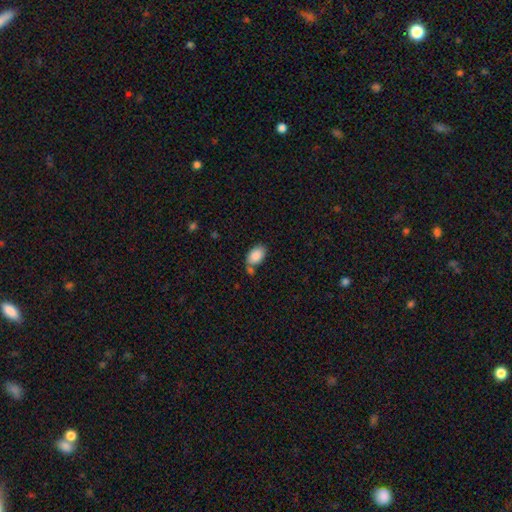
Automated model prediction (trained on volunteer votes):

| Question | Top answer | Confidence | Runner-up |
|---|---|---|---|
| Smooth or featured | smooth | 86% | star or artifact (7%) |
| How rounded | in between | 91% | round (8%) |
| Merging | none | 55% | minor disturbance (21%) |